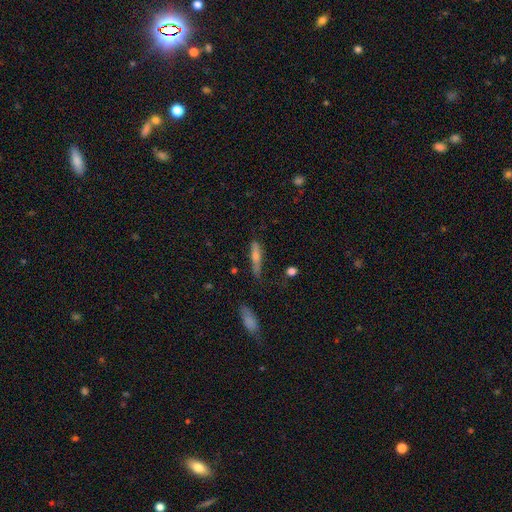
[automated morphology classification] smooth 50%, featured or disk 41%, star or artifact 9%. Down the decision tree: merging — none (72%).